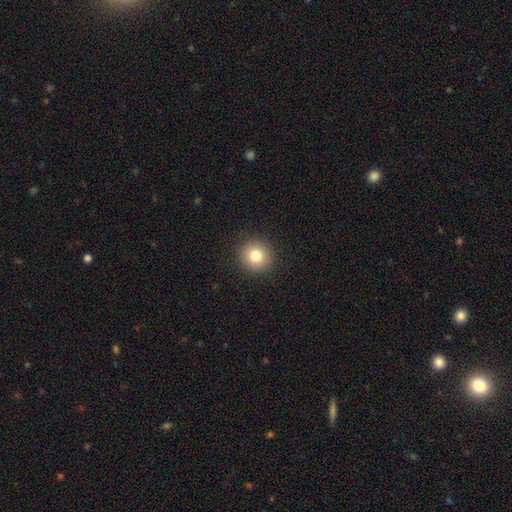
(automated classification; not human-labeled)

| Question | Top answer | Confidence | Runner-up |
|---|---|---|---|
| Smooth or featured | smooth | 81% | star or artifact (11%) |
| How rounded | round | 93% | in between (6%) |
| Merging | none | 92% | minor disturbance (5%) |